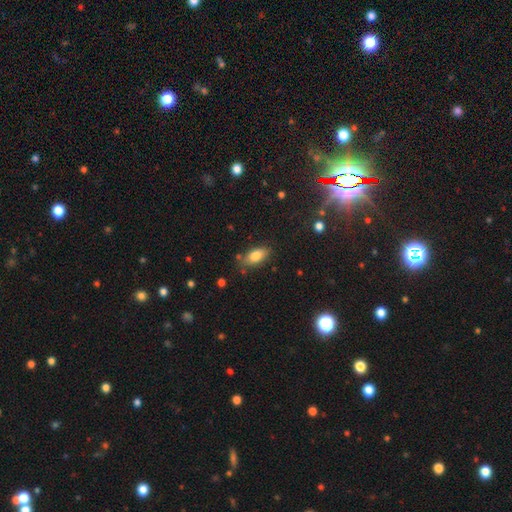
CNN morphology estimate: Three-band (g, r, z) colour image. It shows a smooth galaxy with no disk features (81%) that is in between round and cigar-shaped (90%). Merging: none (77%).